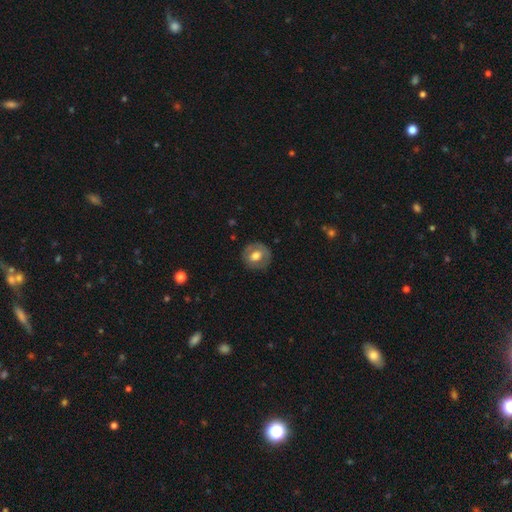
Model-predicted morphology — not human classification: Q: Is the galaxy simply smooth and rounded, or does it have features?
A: smooth — 56%.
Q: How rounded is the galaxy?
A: round — 79%.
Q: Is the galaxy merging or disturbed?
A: none — 81%.